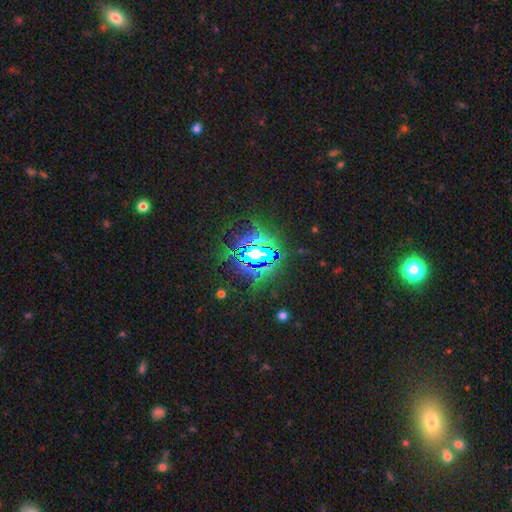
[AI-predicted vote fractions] Smooth or featured: star or artifact — 83% (smooth — 9%)